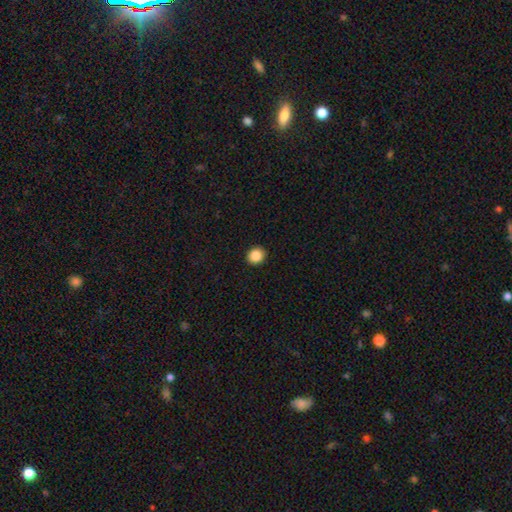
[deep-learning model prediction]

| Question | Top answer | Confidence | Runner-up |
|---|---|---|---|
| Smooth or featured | smooth | 88% | star or artifact (9%) |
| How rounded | round | 79% | in between (20%) |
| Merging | none | 93% | minor disturbance (5%) |